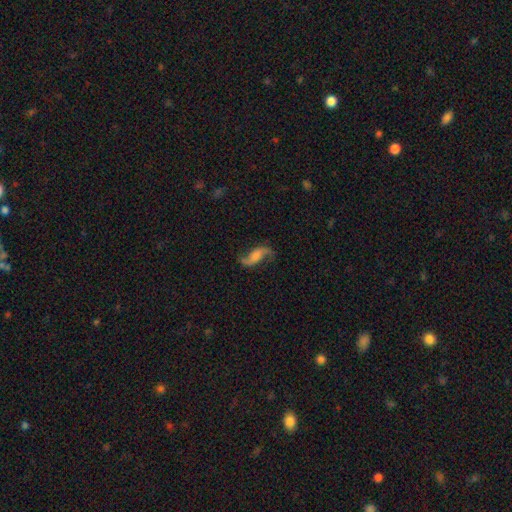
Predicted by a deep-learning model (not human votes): The model was most divided on "bulge size": moderate: 30%, none: 27%, small: 27%, large: 14%, dominant: 3%. More confident: spiral arms — yes (96%); edge-on disk — no (94%); spiral arm count — 2 (93%); spiral winding — loose (85%); smooth or featured — featured or disk (81%); merging — none (78%); bar — no (52%).